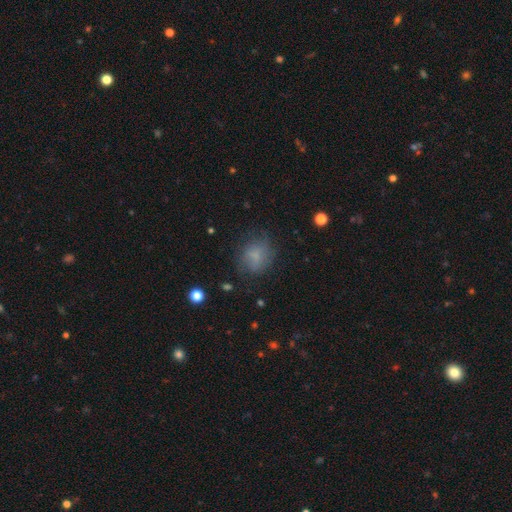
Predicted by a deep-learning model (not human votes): Smooth or featured?
  - smooth: 70% *
  - featured or disk: 17%
  - star or artifact: 13%
How rounded?
  - round: 61% *
  - in between: 37%
  - cigar-shaped: 1%
Merging?
  - none: 67% *
  - minor disturbance: 21%
  - major disturbance: 10%
  - merger: 2%